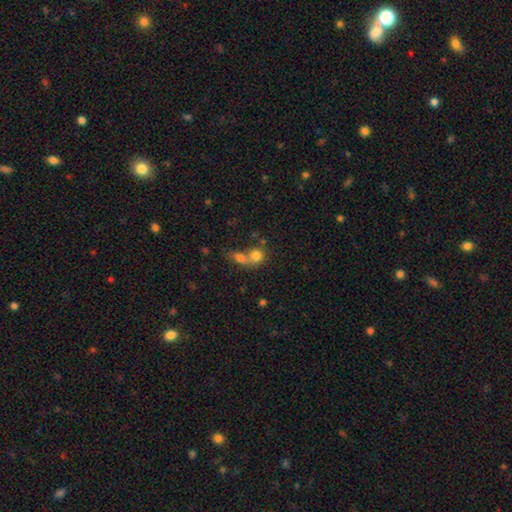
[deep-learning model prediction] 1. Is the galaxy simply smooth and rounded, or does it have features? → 77% smooth, 12% featured or disk, 11% star or artifact.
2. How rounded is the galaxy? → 76% round, 23% in between, 1% cigar-shaped.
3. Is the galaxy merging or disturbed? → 62% merger, 28% none, 6% minor disturbance, 4% major disturbance.